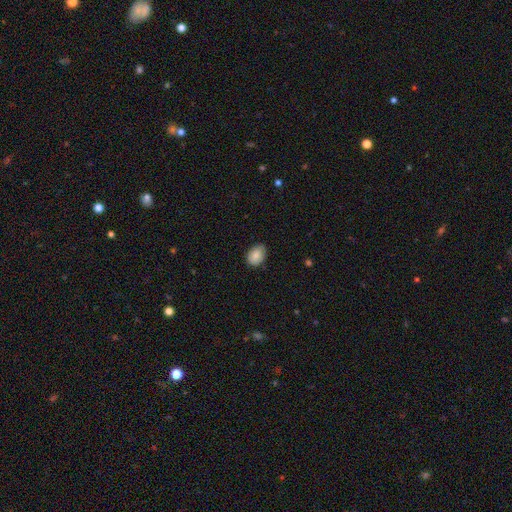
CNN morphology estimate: Smooth or featured? Predicted: smooth (p=0.86). How rounded? Predicted: in between (p=0.74). Merging? Predicted: none (p=0.79).